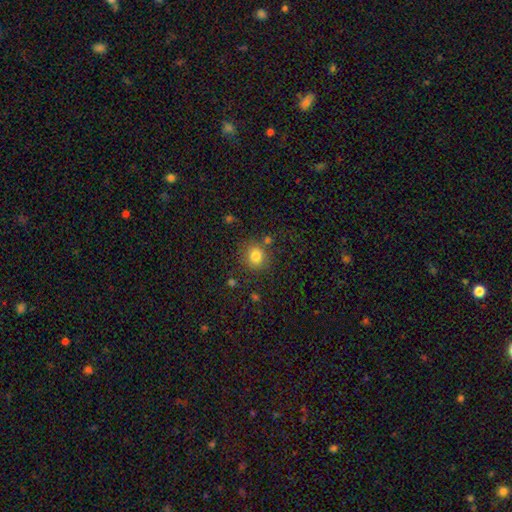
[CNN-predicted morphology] type=smooth (82%); roundness=round (87%); merging=none (79%).